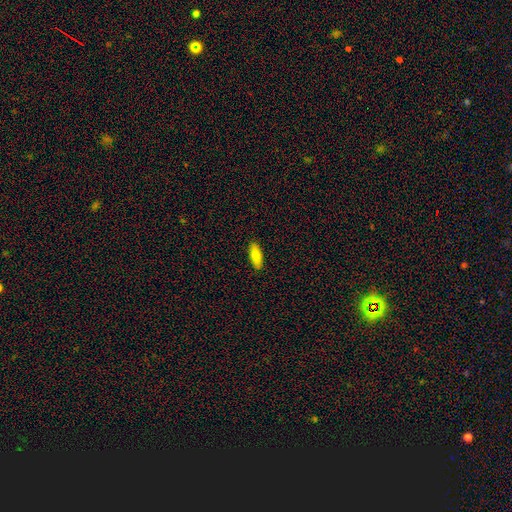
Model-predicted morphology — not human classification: This is likely a smooth galaxy (80%). How rounded: likely in between (68%). Merging: clearly none (90%).